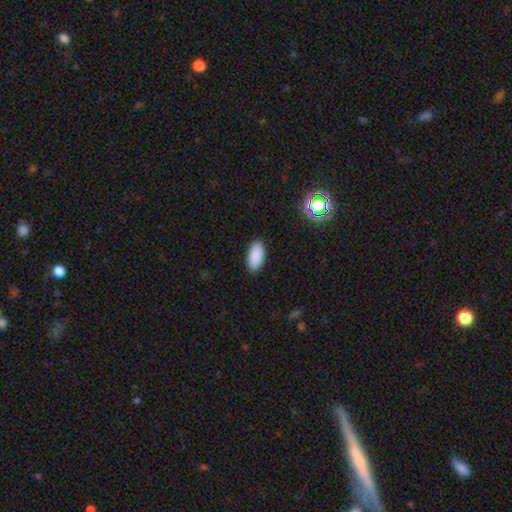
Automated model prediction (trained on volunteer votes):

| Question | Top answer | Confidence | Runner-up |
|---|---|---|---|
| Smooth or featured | smooth | 89% | star or artifact (7%) |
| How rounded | in between | 94% | cigar-shaped (4%) |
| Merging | none | 89% | minor disturbance (8%) |